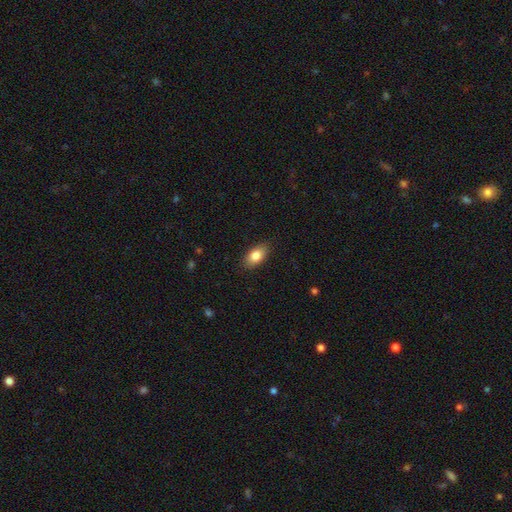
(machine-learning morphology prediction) smooth 82%, featured or disk 10%, star or artifact 7%. Down the decision tree: how rounded — in between (90%); merging — none (86%).